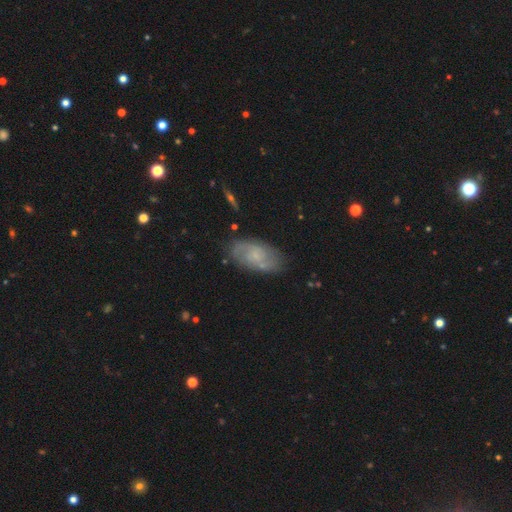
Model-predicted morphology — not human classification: The model was most divided on "smooth or featured": featured or disk: 58%, smooth: 34%, star or artifact: 8%. More confident: edge-on disk — no (94%); spiral arms — yes (82%); merging — none (77%); bar — no (67%); bulge size — small (60%).